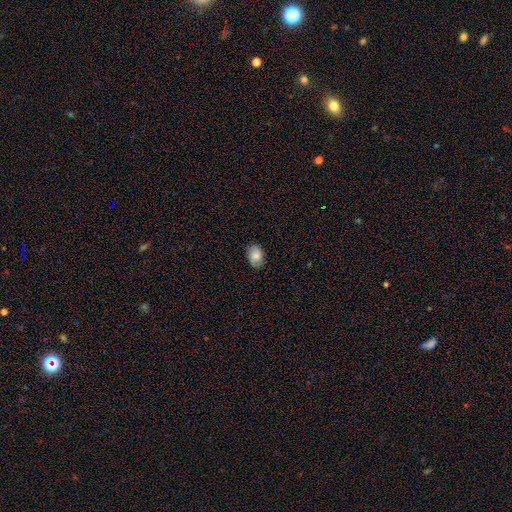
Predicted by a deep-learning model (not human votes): Smooth or featured?
  - smooth: 77% *
  - featured or disk: 15%
  - star or artifact: 8%
How rounded?
  - in between: 83% *
  - round: 16%
  - cigar-shaped: 1%
Merging?
  - none: 83% *
  - minor disturbance: 13%
  - major disturbance: 3%
  - merger: 1%